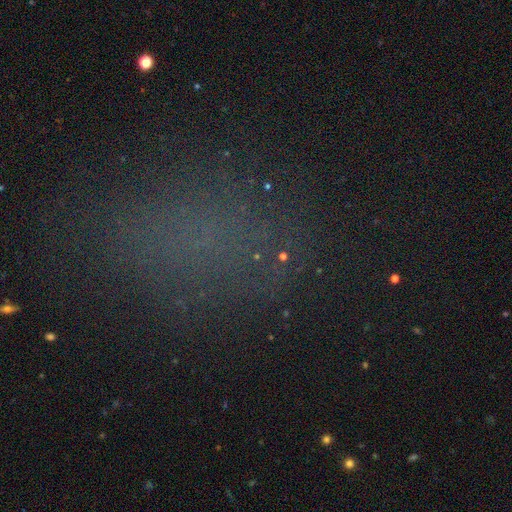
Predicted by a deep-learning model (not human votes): A star or artifact, not a galaxy (55%).